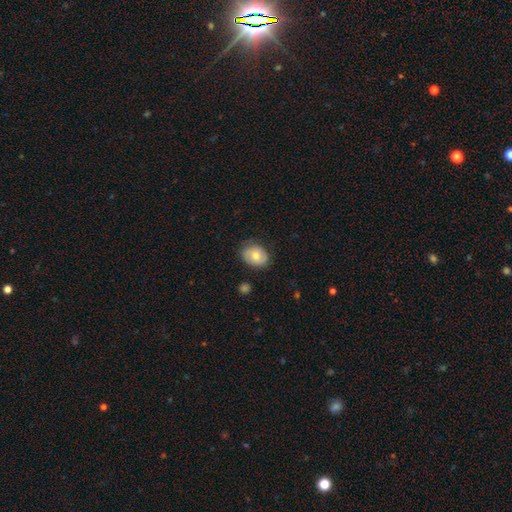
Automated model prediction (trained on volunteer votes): Smooth or featured? Predicted: smooth (p=0.67). How rounded? Predicted: in between (p=0.63). Merging? Predicted: none (p=0.74).